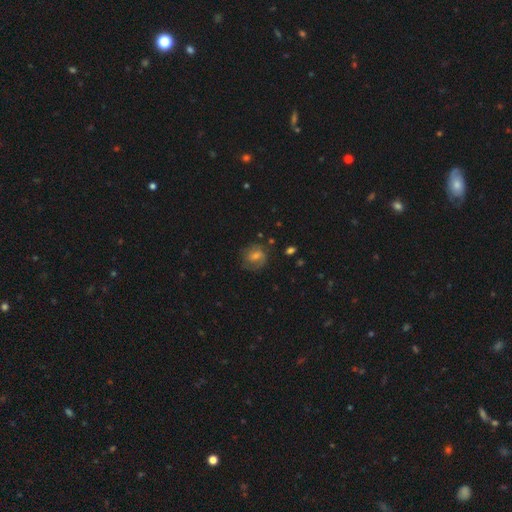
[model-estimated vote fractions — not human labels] This is marginally a smooth galaxy (43%). Merging: likely none (72%).